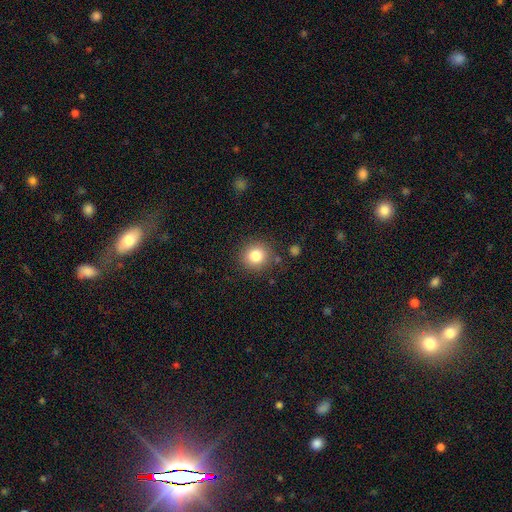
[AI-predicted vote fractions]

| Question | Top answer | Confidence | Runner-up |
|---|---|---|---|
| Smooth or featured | smooth | 82% | star or artifact (11%) |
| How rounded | round | 90% | in between (9%) |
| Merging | none | 87% | minor disturbance (8%) |